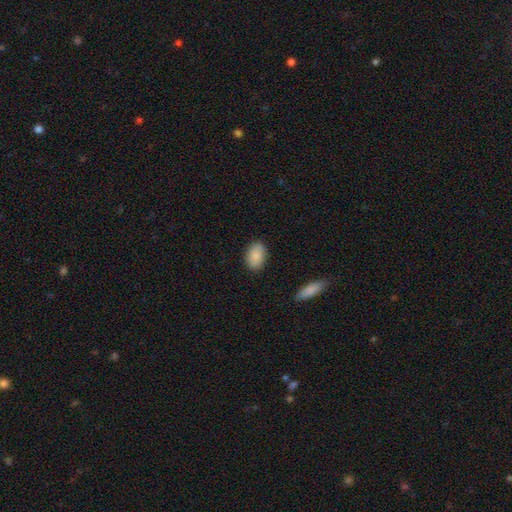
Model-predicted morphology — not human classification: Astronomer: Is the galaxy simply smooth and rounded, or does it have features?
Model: smooth — 88%.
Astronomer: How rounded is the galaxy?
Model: in between — 88%.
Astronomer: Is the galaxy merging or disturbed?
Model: none — 87%.